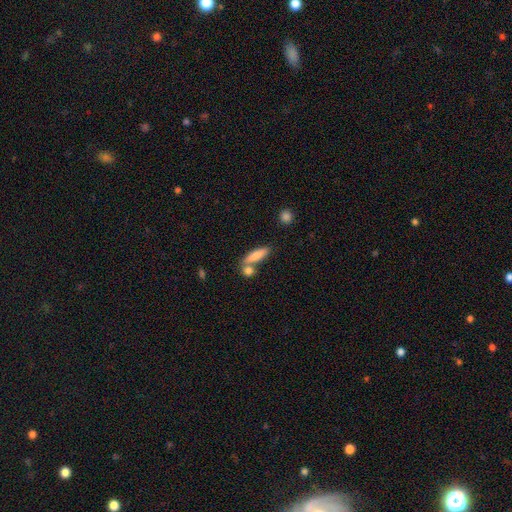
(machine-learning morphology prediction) The model was most divided on "how rounded": cigar-shaped: 54%, in between: 42%, round: 3%. More confident: smooth or featured — smooth (82%); merging — none (55%).